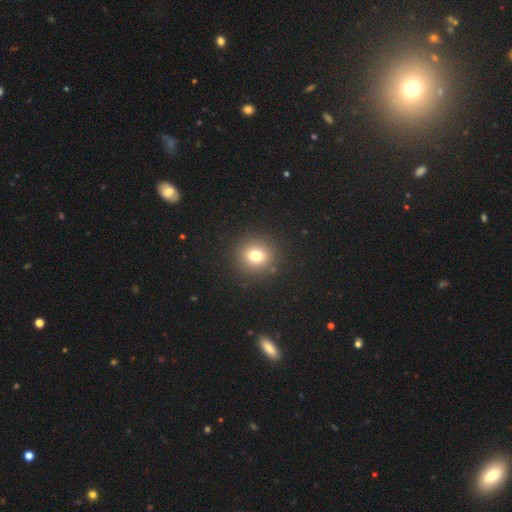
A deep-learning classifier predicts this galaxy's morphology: Smooth or featured? Predicted: smooth (p=0.74). How rounded? Predicted: round (p=0.86). Merging? Predicted: none (p=0.90).